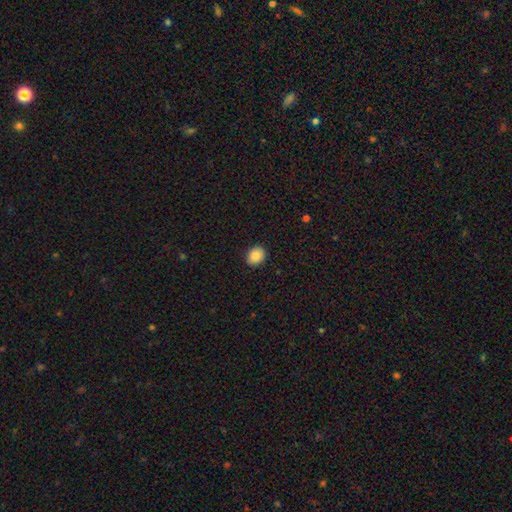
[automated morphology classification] This is clearly a smooth galaxy (89%). How rounded: possibly in between (51%). Merging: clearly none (90%).